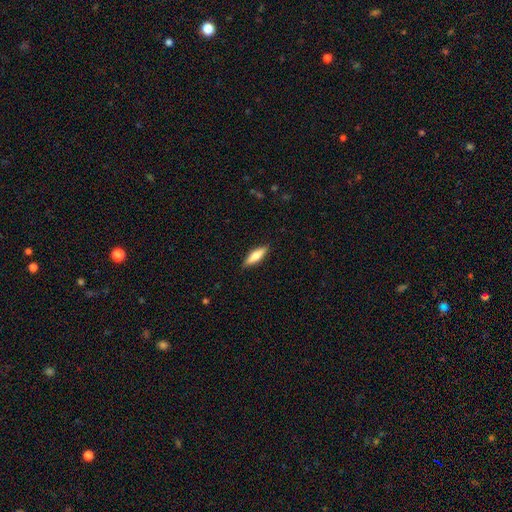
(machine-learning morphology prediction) A smooth galaxy with no disk features (61%) that is cigar-shaped (60%).

Vote fractions:
- Smooth or featured? smooth: 61% / featured or disk: 33% / star or artifact: 6%
- How rounded? cigar-shaped: 60% / in between: 38% / round: 2%
- Merging? none: 88% / minor disturbance: 9% / major disturbance: 2% / merger: 1%